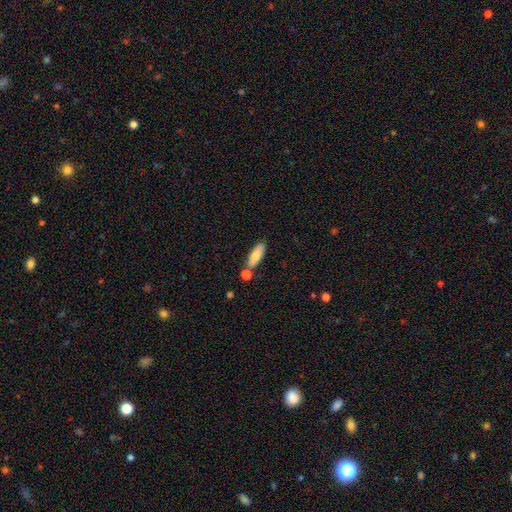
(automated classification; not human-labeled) This is clearly a smooth galaxy (83%). How rounded: likely in between (60%). Merging: likely none (72%).